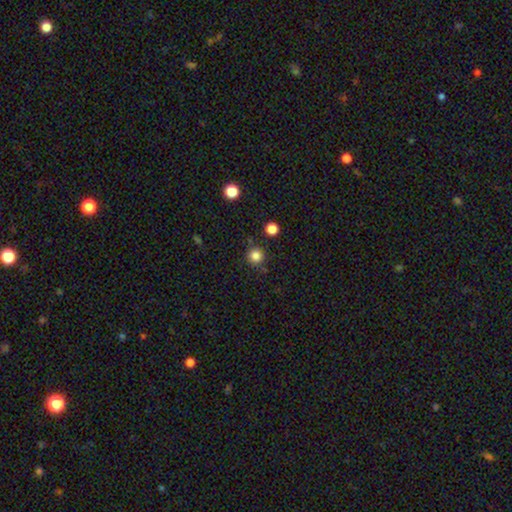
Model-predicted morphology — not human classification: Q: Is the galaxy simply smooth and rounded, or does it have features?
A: smooth — 83%.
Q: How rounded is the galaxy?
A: round — 95%.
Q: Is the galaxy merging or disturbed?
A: none — 86%.